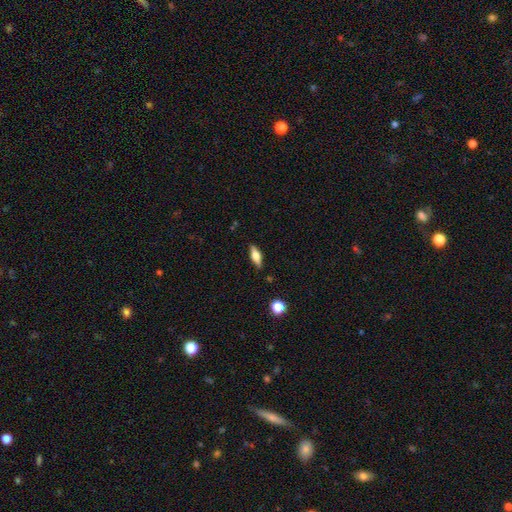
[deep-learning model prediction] This is possibly a smooth galaxy (51%). How rounded: possibly in between (57%). Merging: clearly none (86%).